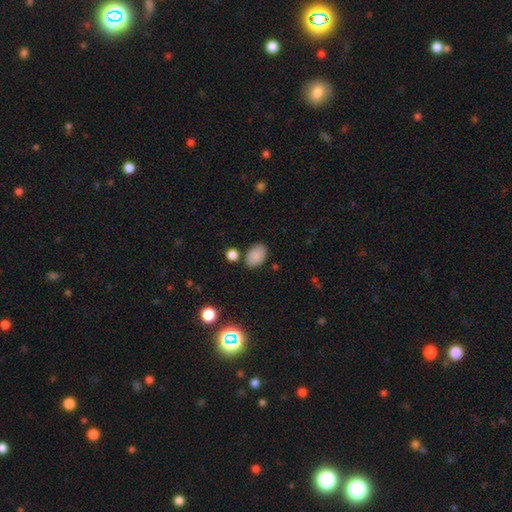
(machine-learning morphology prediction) type=smooth (86%); roundness=in between (88%); merging=none (78%).